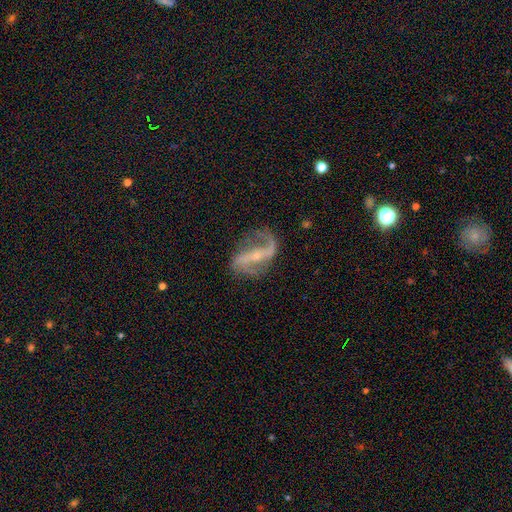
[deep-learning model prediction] Morphology: type=featured or disk (89%); edge-on=no (96%); bar=strong (50%); spiral arms=yes (95%); winding=loose (67%); arm count=2 (88%); bulge=small (69%); merging=none (67%).